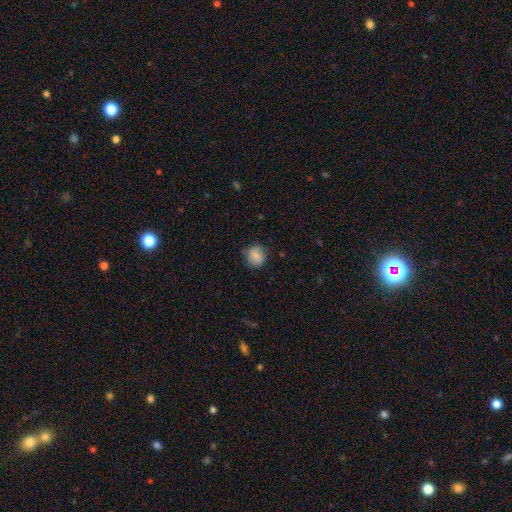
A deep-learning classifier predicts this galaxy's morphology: Smooth or featured? smooth (72%)
How rounded? round (76%)
Merging? none (69%)